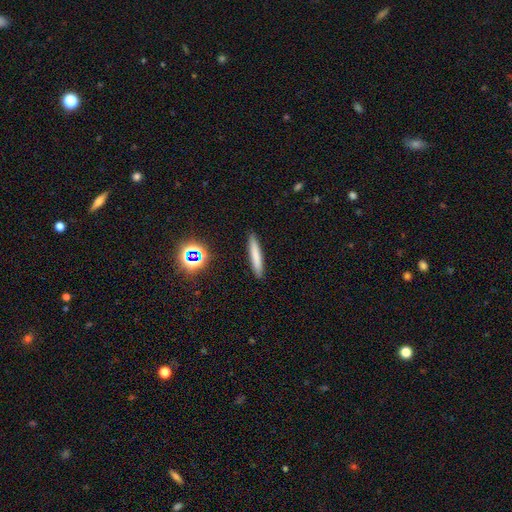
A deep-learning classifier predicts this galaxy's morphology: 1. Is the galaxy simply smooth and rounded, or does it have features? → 75% smooth, 15% featured or disk, 10% star or artifact.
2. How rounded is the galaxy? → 93% cigar-shaped, 6% in between, 1% round.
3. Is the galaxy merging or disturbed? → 90% none, 6% minor disturbance, 2% major disturbance, 1% merger.